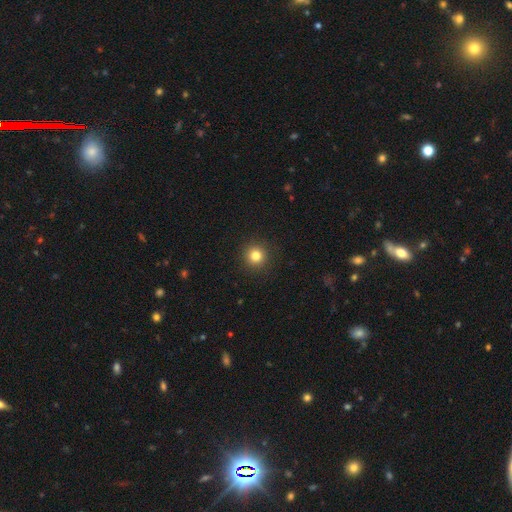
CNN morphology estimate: Smooth or featured? smooth (81%)
How rounded? round (95%)
Merging? none (92%)